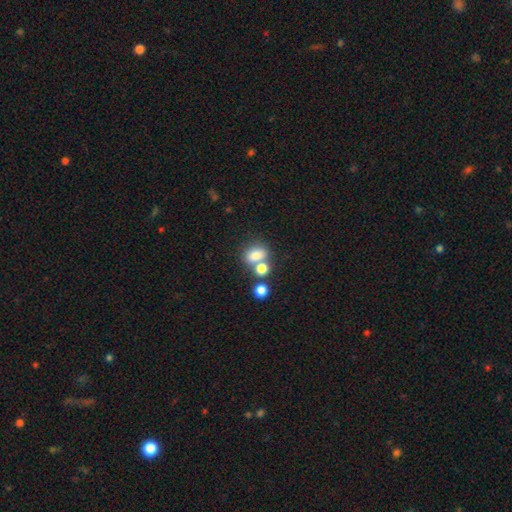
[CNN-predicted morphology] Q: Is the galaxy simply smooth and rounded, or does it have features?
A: smooth — 78%.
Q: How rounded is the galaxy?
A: in between — 67%.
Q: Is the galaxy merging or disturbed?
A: none — 44%.